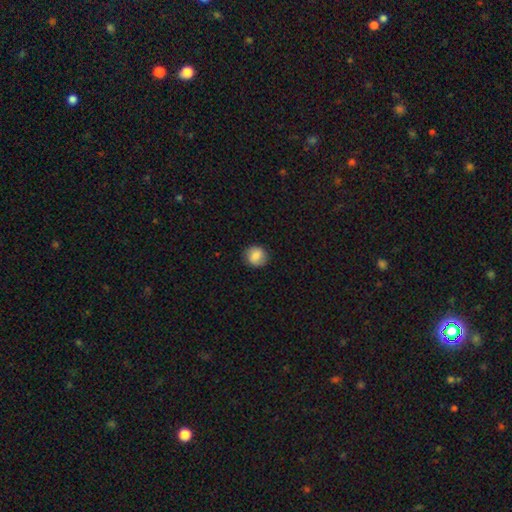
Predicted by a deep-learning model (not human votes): Morphology: type=smooth (81%); roundness=round (85%); merging=none (87%).